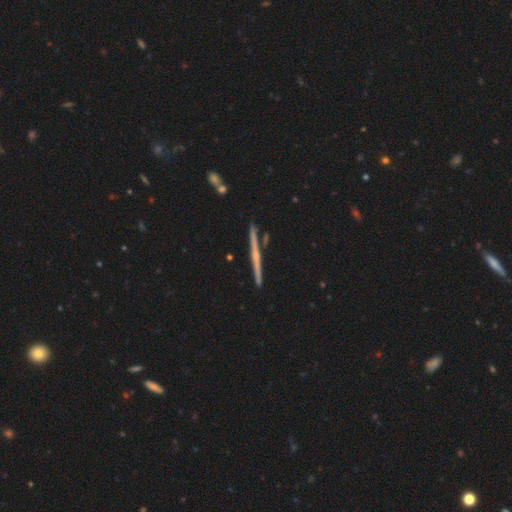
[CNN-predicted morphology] smooth-or-featured: featured or disk: 74% | smooth: 20% | star or artifact: 6%
  disk-edge-on: yes: 98% | no: 2%
    edge-on-bulge: rounded: 53% | none: 41% | boxy: 6%
  merging: none: 90% | minor disturbance: 6% | merger: 2% | major disturbance: 1%